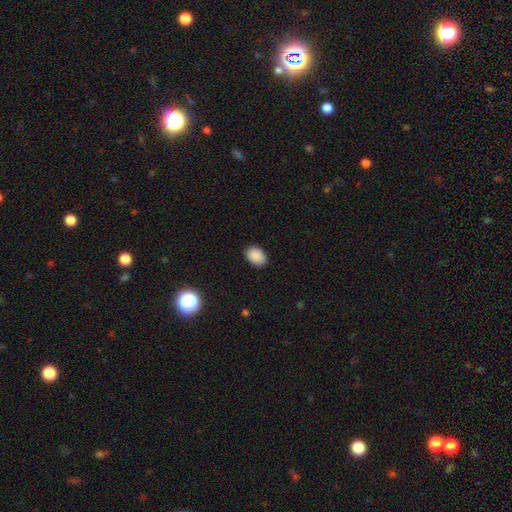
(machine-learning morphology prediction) A smooth galaxy with no disk features (88%) that is in between round and cigar-shaped (76%).

Vote fractions:
- Smooth or featured? smooth: 88% / star or artifact: 9% / featured or disk: 3%
- How rounded? in between: 76% / round: 23% / cigar-shaped: 1%
- Merging? none: 88% / minor disturbance: 9% / major disturbance: 2% / merger: 1%